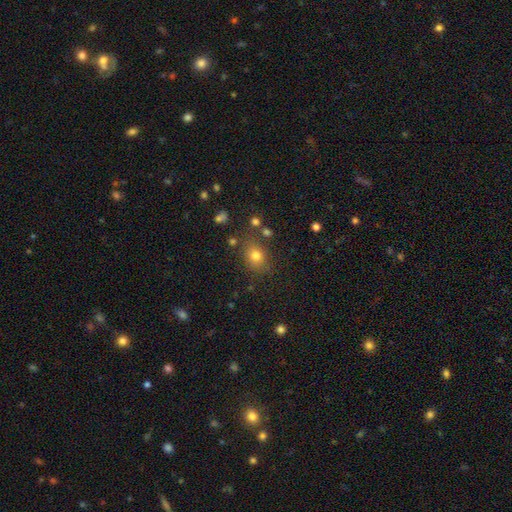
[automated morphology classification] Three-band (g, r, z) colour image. It shows a smooth galaxy with no disk features (77%) that is round (56%). Merging: none (75%).